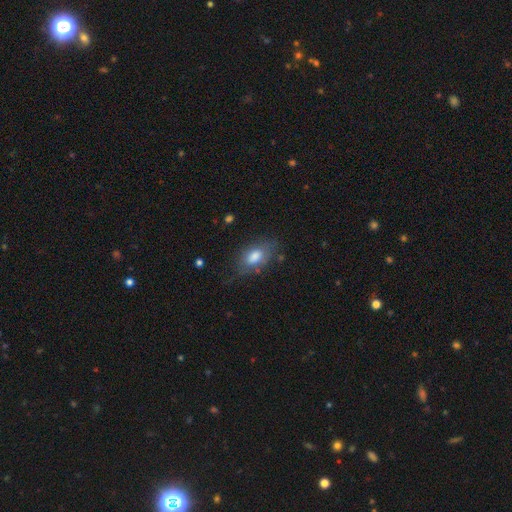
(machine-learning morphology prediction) The model was most divided on "merging": none: 64%, minor disturbance: 24%, major disturbance: 10%, merger: 2%. More confident: how rounded — in between (90%); smooth or featured — smooth (73%).